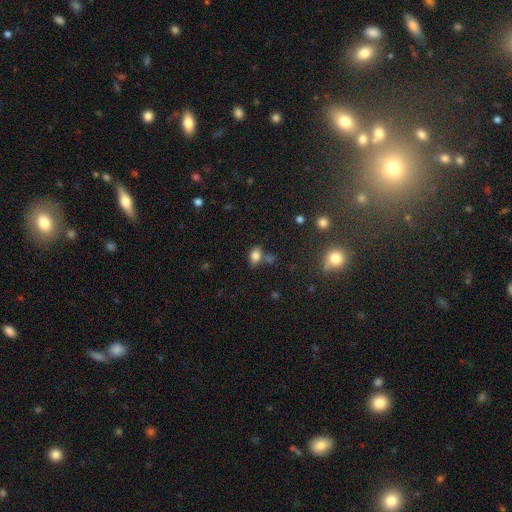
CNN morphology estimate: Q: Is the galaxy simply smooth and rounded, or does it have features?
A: smooth — 79%.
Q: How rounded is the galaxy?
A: in between — 79%.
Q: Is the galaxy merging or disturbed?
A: none — 59%.